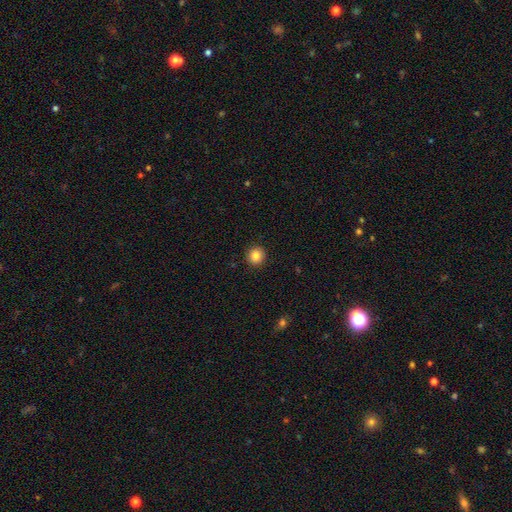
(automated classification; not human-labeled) Morphology: type=smooth (85%); roundness=round (92%); merging=none (92%).